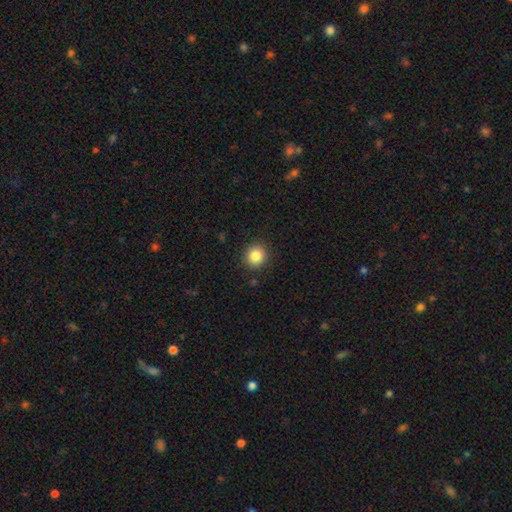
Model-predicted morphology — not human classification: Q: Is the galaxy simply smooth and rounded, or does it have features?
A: smooth — 85%.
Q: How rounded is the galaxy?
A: round — 90%.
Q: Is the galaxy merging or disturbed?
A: none — 91%.